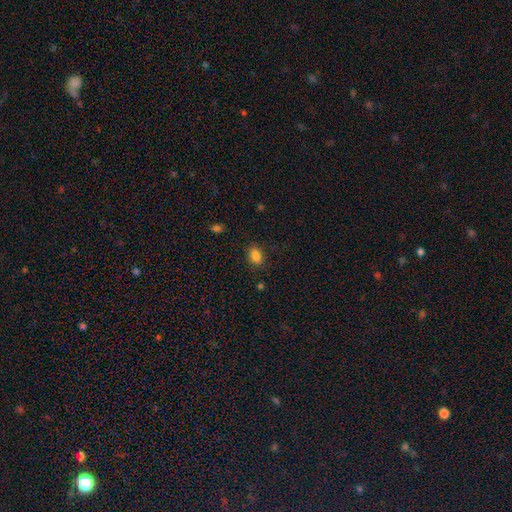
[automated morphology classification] smooth 85%, star or artifact 11%, featured or disk 5%. Down the decision tree: how rounded — in between (76%); merging — none (84%).